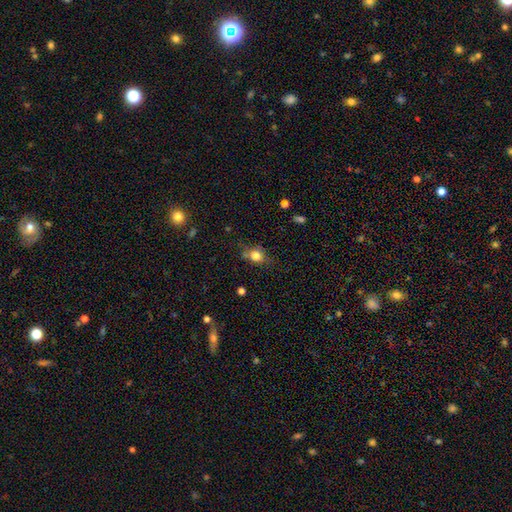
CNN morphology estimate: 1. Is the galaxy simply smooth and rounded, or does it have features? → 75% smooth, 13% featured or disk, 12% star or artifact.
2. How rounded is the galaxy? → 50% in between, 47% round, 3% cigar-shaped.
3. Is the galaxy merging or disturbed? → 64% none, 24% minor disturbance, 8% major disturbance, 4% merger.